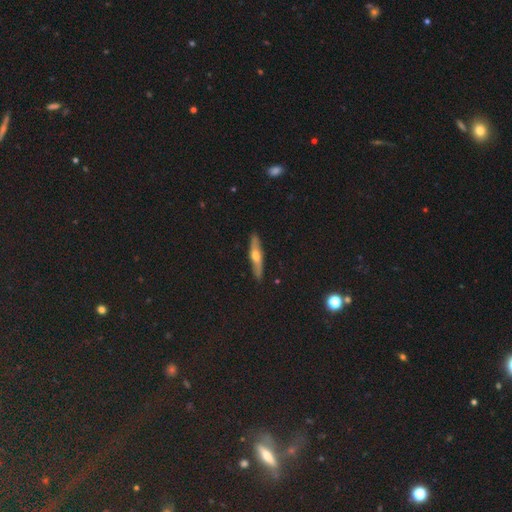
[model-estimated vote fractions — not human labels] Morphology: type=featured or disk (52%); edge-on=yes (84%); merging=none (89%).